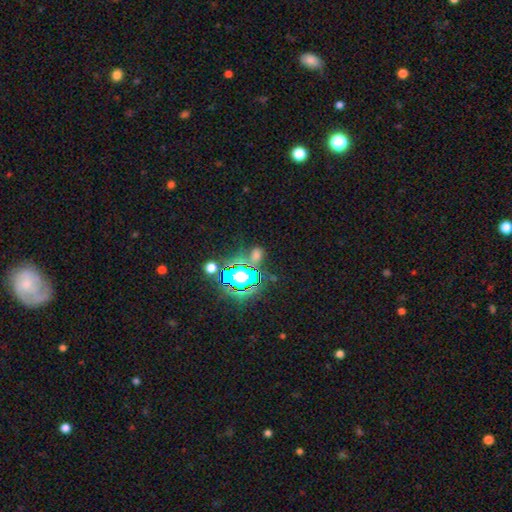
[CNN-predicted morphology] Q: Smooth or featured?
A: star or artifact (45%); runner-up: smooth (43%)